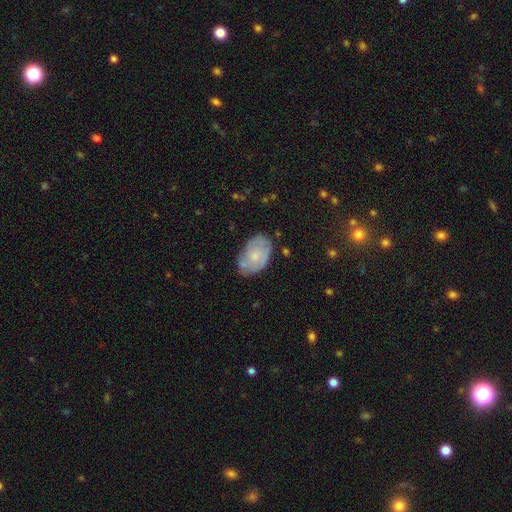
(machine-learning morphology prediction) The model was most divided on "smooth or featured": smooth: 50%, featured or disk: 43%, star or artifact: 7%. More confident: merging — none (66%).